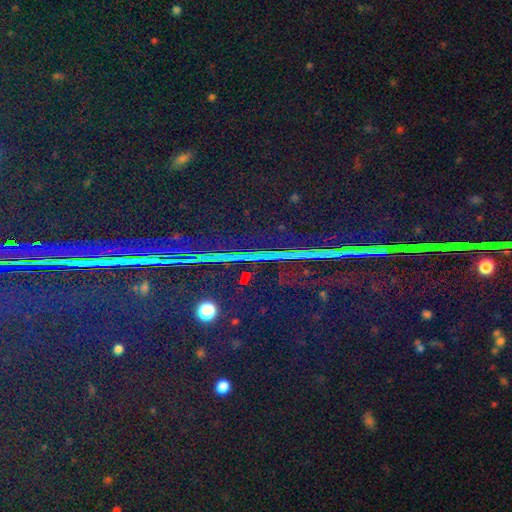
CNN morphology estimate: star or artifact 87%, featured or disk 7%, smooth 6%.